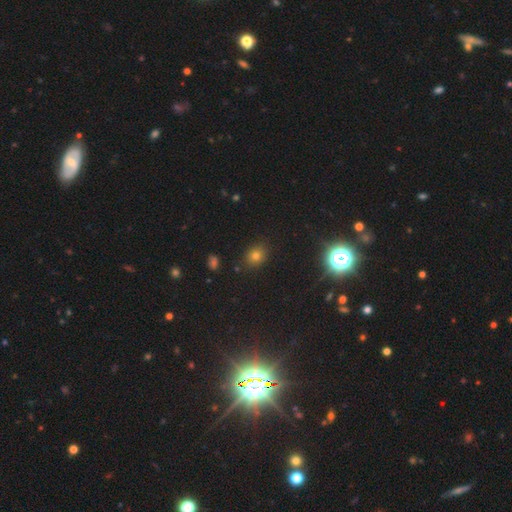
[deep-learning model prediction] Smooth or featured: smooth — 68% (star or artifact — 25%)
How rounded: round — 63% (in between — 36%)
Merging: none — 85% (minor disturbance — 10%)